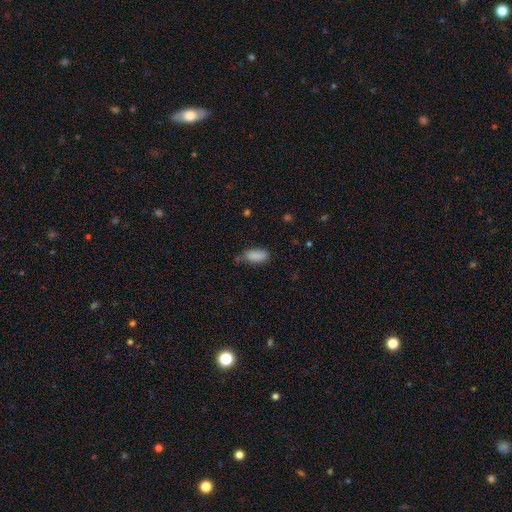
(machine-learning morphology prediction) smooth_or_featured: smooth (p=0.88) [alt: star or artifact p=0.08]
how_rounded: in between (p=0.87) [alt: cigar-shaped p=0.11]
merging: none (p=0.65) [alt: minor disturbance p=0.26]